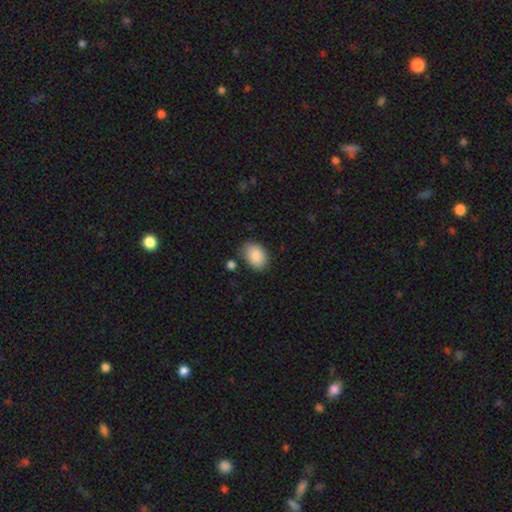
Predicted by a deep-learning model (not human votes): Smooth or featured: smooth — 86% (featured or disk — 7%)
How rounded: in between — 82% (round — 17%)
Merging: none — 75% (minor disturbance — 17%)